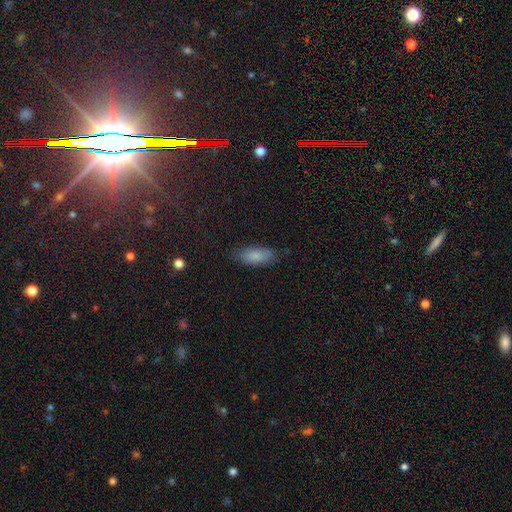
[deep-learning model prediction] This appears to be a smooth galaxy with no disk features (83%) that is in between round and cigar-shaped (82%). Merging: none (75%).